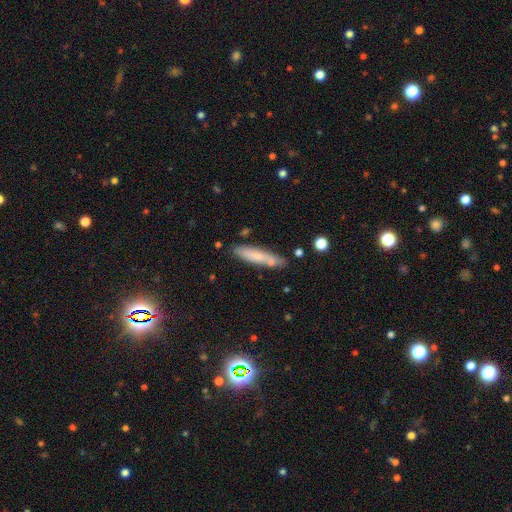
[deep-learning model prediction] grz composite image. It shows a smooth galaxy with no disk features (72%) that is cigar-shaped (83%). Merging: none (72%).